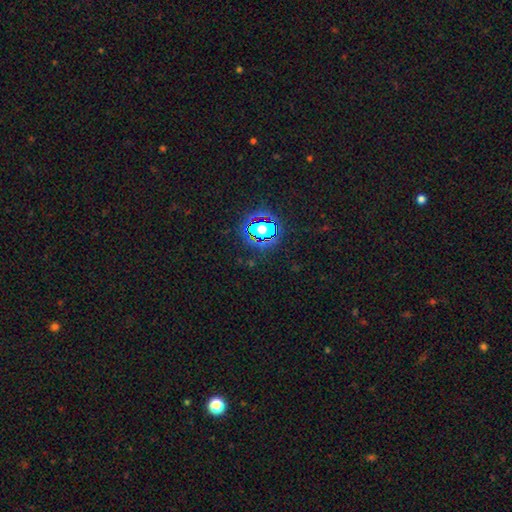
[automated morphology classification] This appears to be a star or artifact, not a galaxy (79%).